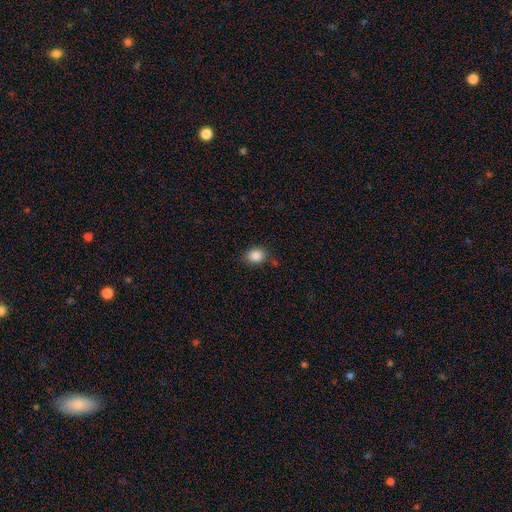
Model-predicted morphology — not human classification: Smooth or featured: smooth — 86% (star or artifact — 9%)
How rounded: in between — 53% (round — 46%)
Merging: none — 78% (minor disturbance — 16%)